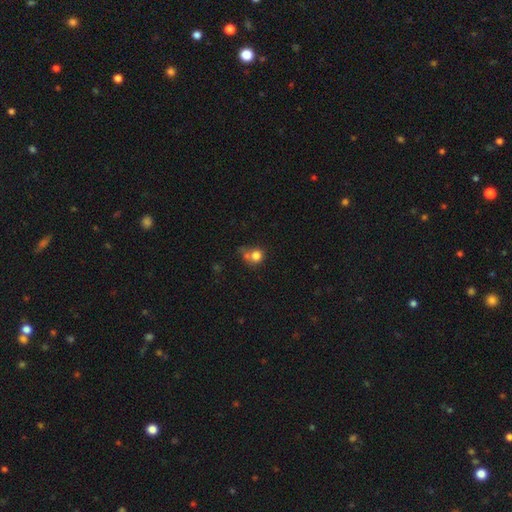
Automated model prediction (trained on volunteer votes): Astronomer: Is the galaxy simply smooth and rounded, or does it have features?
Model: smooth — 78%.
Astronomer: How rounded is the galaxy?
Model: round — 83%.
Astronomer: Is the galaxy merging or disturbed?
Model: none — 46% (runner-up: merger, 27%).